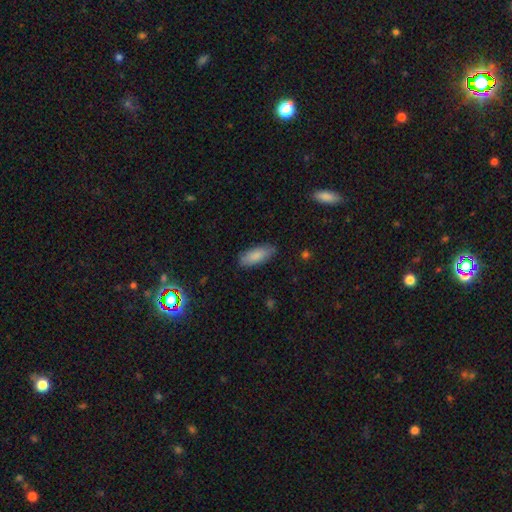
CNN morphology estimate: A smooth galaxy with no disk features (86%) that is in between round and cigar-shaped (76%).

Vote fractions:
- Smooth or featured? smooth: 86% / featured or disk: 8% / star or artifact: 6%
- How rounded? in between: 76% / cigar-shaped: 22% / round: 2%
- Merging? none: 86% / minor disturbance: 11% / major disturbance: 2% / merger: 1%